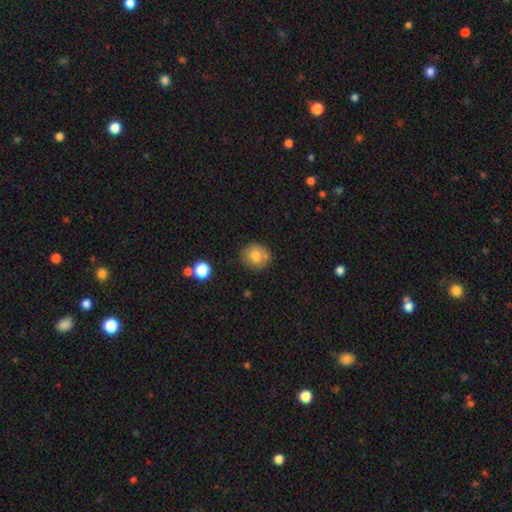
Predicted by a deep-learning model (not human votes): Q: Smooth or featured?
A: smooth (78%); runner-up: featured or disk (13%)
Q: How rounded?
A: round (85%); runner-up: in between (14%)
Q: Merging?
A: none (71%); runner-up: minor disturbance (16%)